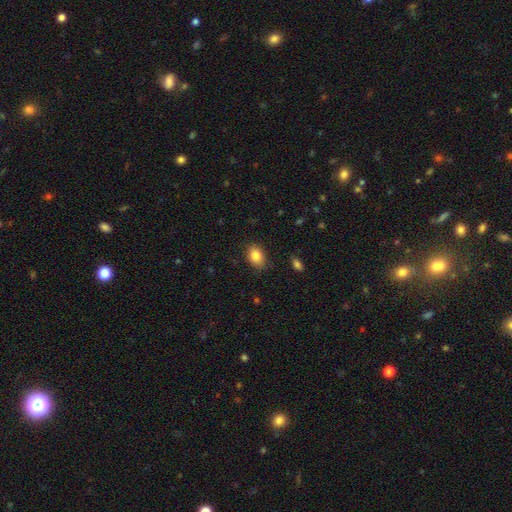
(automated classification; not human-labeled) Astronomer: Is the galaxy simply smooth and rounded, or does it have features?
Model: smooth — 85%.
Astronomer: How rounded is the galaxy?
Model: in between — 82%.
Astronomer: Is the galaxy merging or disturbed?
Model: none — 83%.